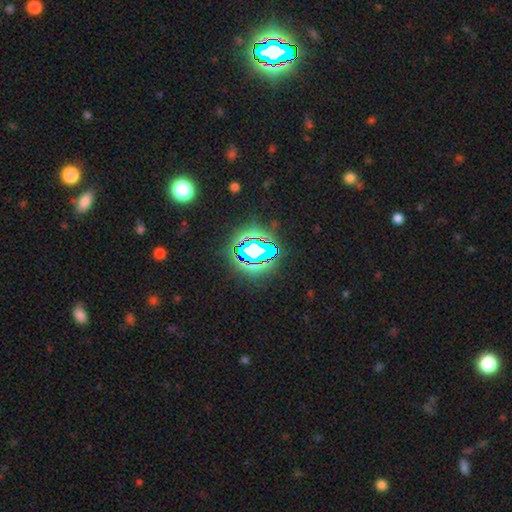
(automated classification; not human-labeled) The model was most divided on "smooth or featured": star or artifact: 76%, smooth: 15%, featured or disk: 9%.